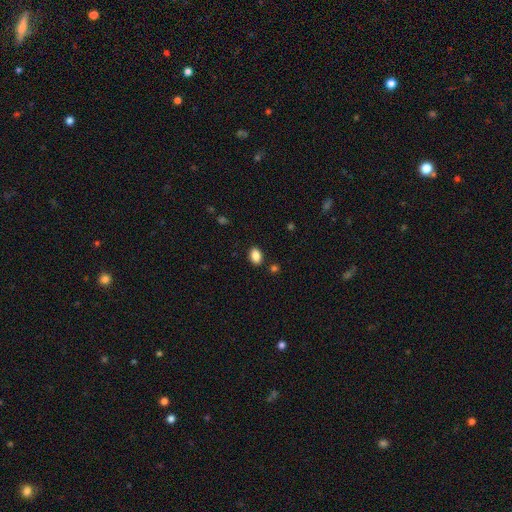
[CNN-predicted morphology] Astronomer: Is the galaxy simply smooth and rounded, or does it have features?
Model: smooth — 87%.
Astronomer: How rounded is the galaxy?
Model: in between — 84%.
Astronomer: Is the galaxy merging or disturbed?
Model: none — 87%.